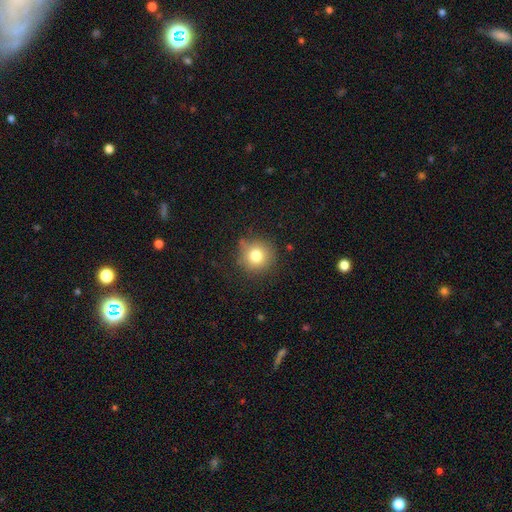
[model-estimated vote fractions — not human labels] A smooth galaxy with no disk features (78%) that is round (93%). Merging: none (80%).